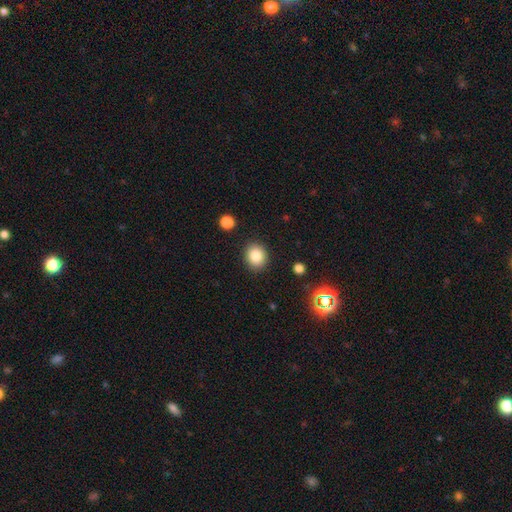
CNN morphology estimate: Smooth or featured: smooth — 84% (star or artifact — 10%)
How rounded: round — 73% (in between — 26%)
Merging: none — 89% (minor disturbance — 7%)